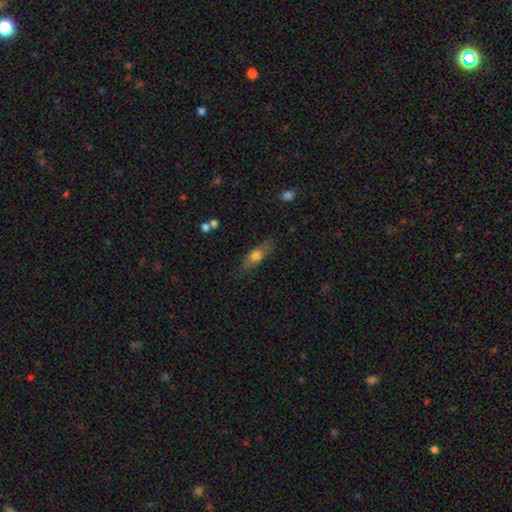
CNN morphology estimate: Smooth or featured? Predicted: smooth (p=0.67). How rounded? Predicted: in between (p=0.65). Merging? Predicted: none (p=0.72).